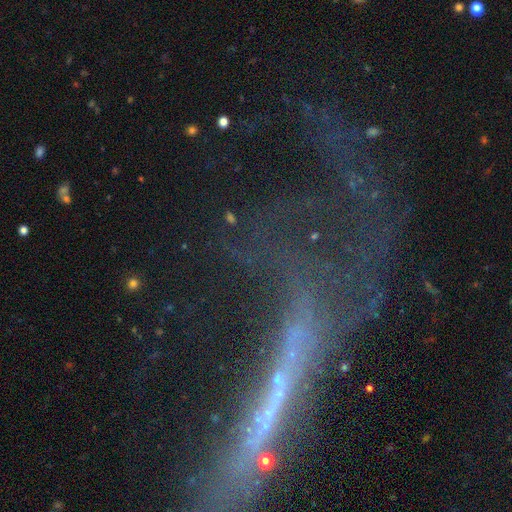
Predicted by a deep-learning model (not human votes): Smooth or featured: featured or disk — 48% (star or artifact — 37%)
Merging: none — 41% (major disturbance — 34%)